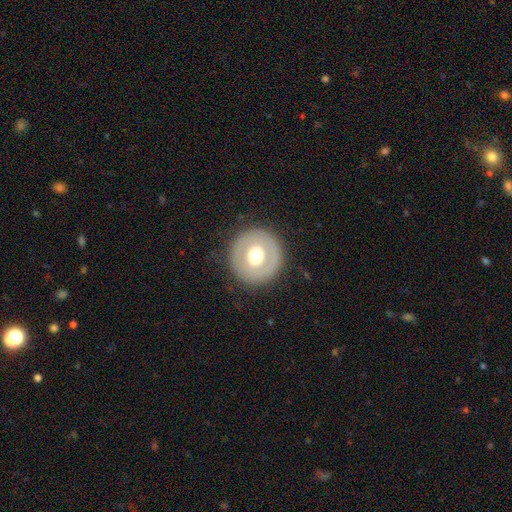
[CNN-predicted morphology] This is possibly a smooth galaxy (54%). How rounded: clearly round (94%). Merging: clearly none (87%).